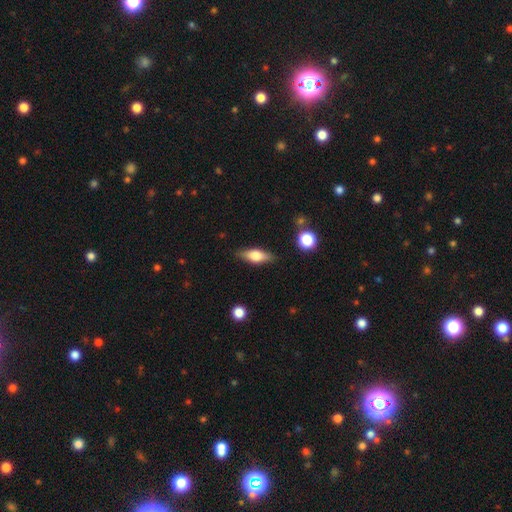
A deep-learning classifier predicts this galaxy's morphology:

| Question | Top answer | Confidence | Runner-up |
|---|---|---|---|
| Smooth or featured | smooth | 54% | featured or disk (39%) |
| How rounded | in between | 64% | cigar-shaped (31%) |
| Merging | none | 85% | minor disturbance (11%) |